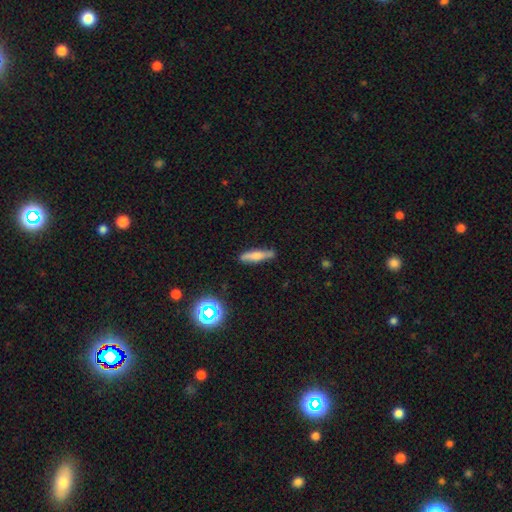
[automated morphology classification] A smooth galaxy with no disk features (61%) that is cigar-shaped (79%).

Vote fractions:
- Smooth or featured? smooth: 61% / featured or disk: 30% / star or artifact: 10%
- How rounded? cigar-shaped: 79% / in between: 18% / round: 2%
- Merging? none: 80% / minor disturbance: 15% / major disturbance: 3% / merger: 2%